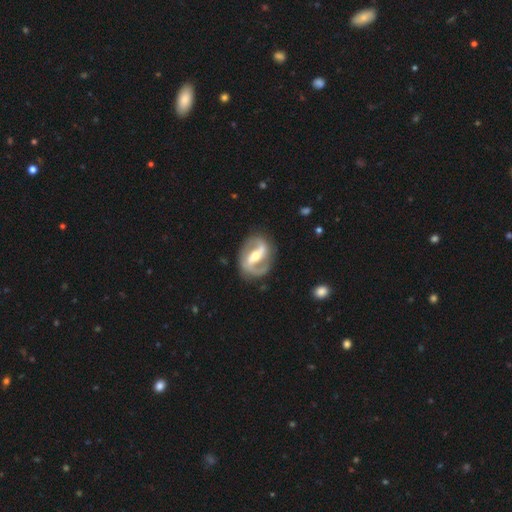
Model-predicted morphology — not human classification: smooth-or-featured: featured or disk: 89% | smooth: 8% | star or artifact: 4%
  disk-edge-on: no: 97% | yes: 3%
    bar: strong: 61% | weak: 27% | no: 12%
    has-spiral-arms: yes: 92% | no: 8%
      spiral-winding: medium: 51% | loose: 26% | tight: 23%
      spiral-arm-count: 2: 91% | can't tell: 3% | 1: 3% | 3: 1% | 4: 1% | more than 4: 1%
    bulge-size: moderate: 63% | small: 29% | large: 6% | none: 1% | dominant: 1%
  merging: none: 82% | minor disturbance: 11% | major disturbance: 5% | merger: 2%